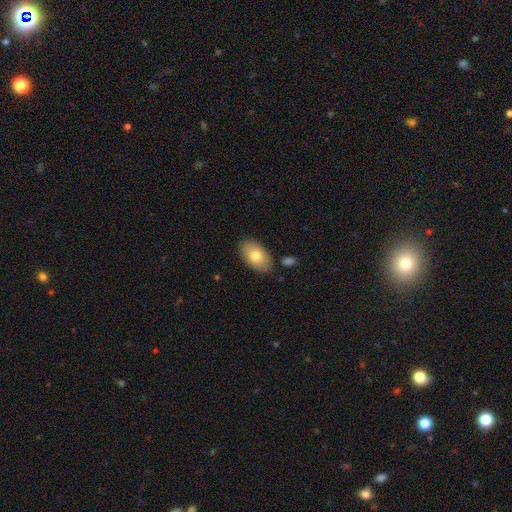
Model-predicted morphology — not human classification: Overall: smooth (76%). How rounded: in between (93%). Merging: none (83%).